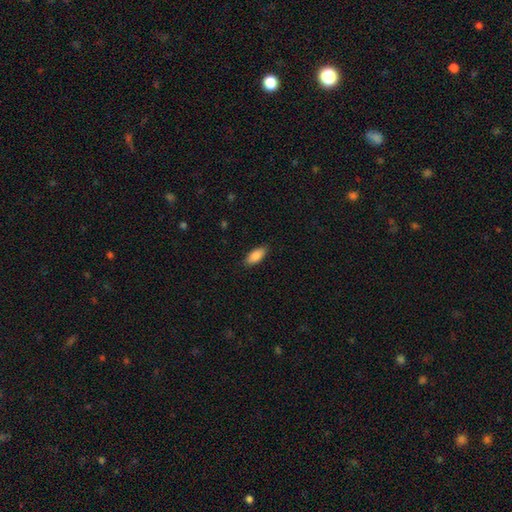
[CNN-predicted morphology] type=smooth (87%); roundness=in between (88%); merging=none (87%).